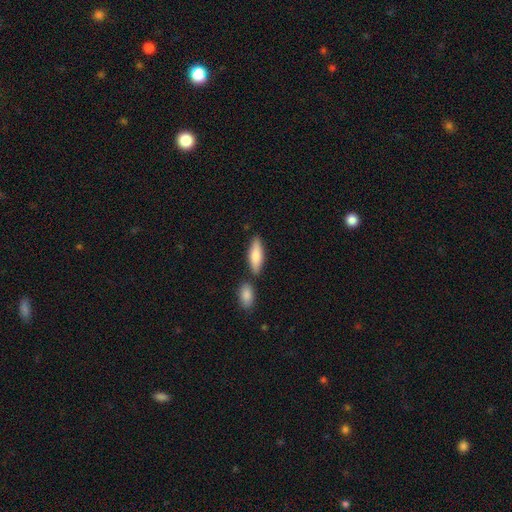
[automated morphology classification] Q: Smooth or featured?
A: smooth (79%); runner-up: featured or disk (16%)
Q: How rounded?
A: in between (54%); runner-up: cigar-shaped (43%)
Q: Merging?
A: none (71%); runner-up: merger (14%)